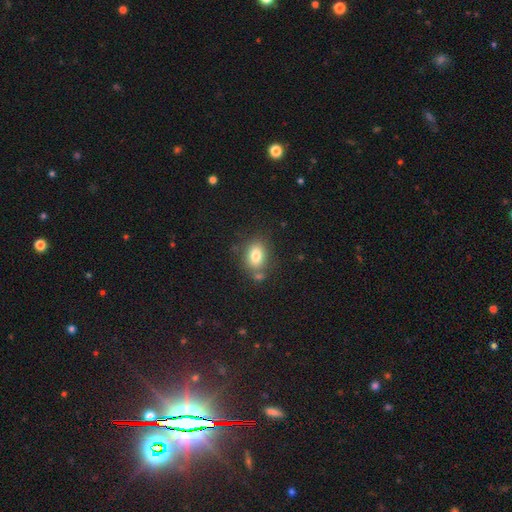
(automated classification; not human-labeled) A smooth galaxy with no disk features (80%) that is in between round and cigar-shaped (73%). Merging: none (68%).